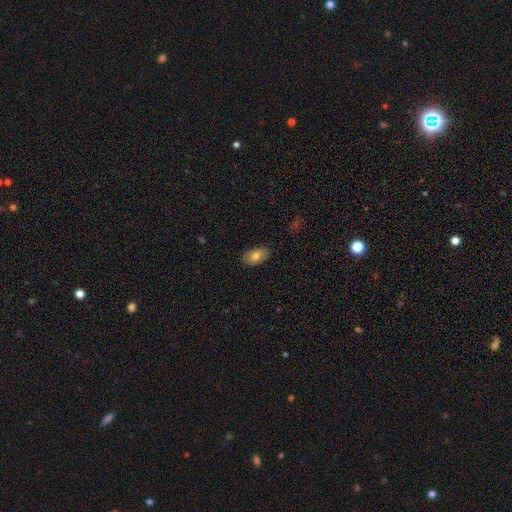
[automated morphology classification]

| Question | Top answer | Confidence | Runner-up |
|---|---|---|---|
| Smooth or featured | smooth | 79% | featured or disk (14%) |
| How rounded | in between | 93% | round (4%) |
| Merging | none | 86% | minor disturbance (11%) |